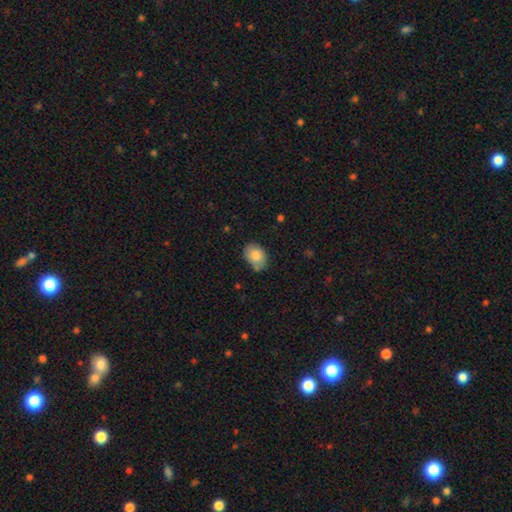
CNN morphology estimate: Smooth or featured: smooth — 83% (featured or disk — 10%)
How rounded: in between — 75% (round — 24%)
Merging: none — 66% (minor disturbance — 24%)